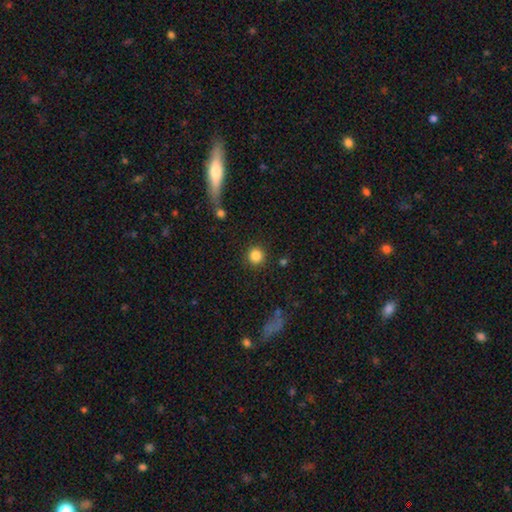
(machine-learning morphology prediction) type=smooth (85%); roundness=round (94%); merging=none (89%).